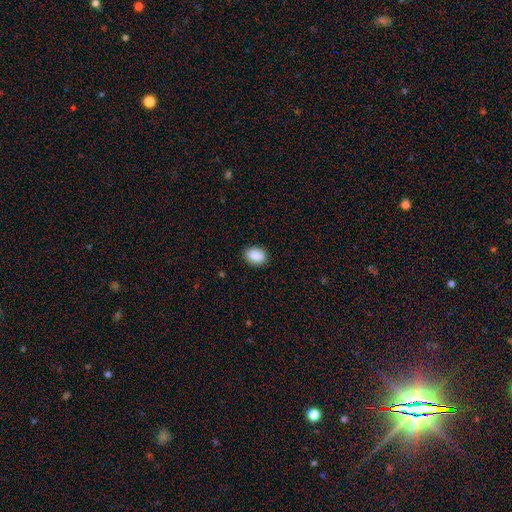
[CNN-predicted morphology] Smooth or featured? smooth (88%)
How rounded? in between (78%)
Merging? none (88%)